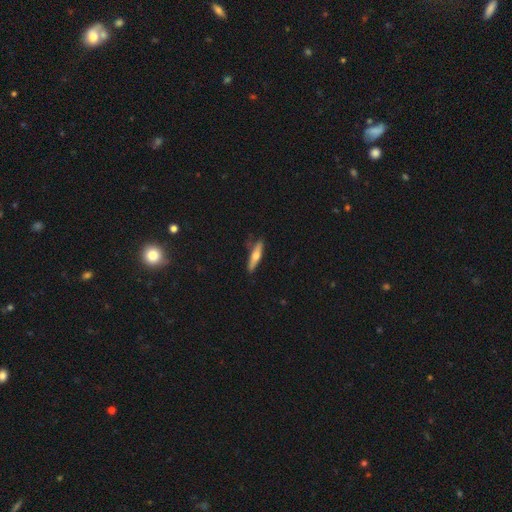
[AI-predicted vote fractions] Morphology: type=smooth (51%); roundness=cigar-shaped (81%); merging=none (76%).